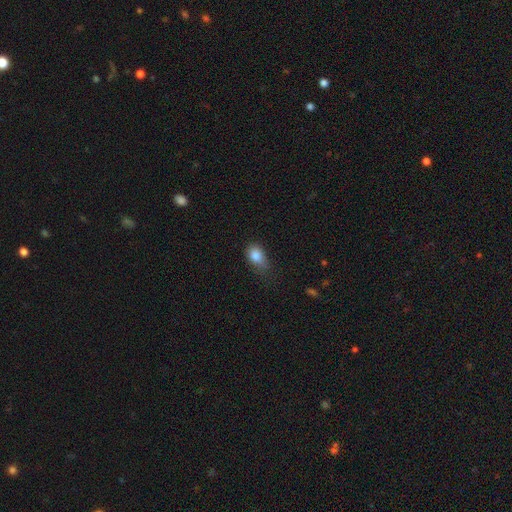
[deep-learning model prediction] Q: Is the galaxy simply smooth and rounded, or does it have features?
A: smooth — 84%.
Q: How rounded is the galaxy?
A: in between — 74%.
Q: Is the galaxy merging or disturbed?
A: none — 44%.